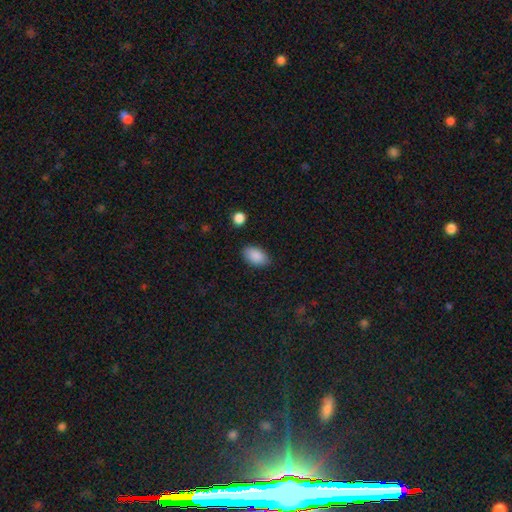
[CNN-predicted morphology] Q: Smooth or featured?
A: smooth (89%); runner-up: star or artifact (7%)
Q: How rounded?
A: in between (93%); runner-up: round (5%)
Q: Merging?
A: none (85%); runner-up: minor disturbance (11%)